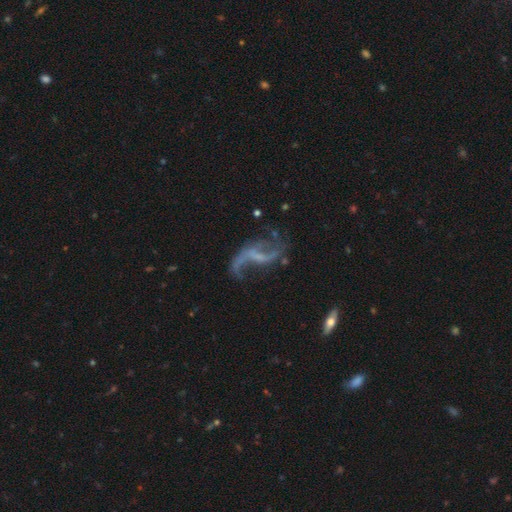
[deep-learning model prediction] A featured or disk galaxy (84%) with a weak bar (42%), 2 (87%) loose (90%) spiral arms (88%) and no central bulge (59%).

Vote fractions:
- Smooth or featured? featured or disk: 84% / star or artifact: 9% / smooth: 7%
- Edge-on disk? no: 95% / yes: 5%
- Bar? weak: 42% / no: 32% / strong: 27%
- Spiral arms? yes: 88% / no: 12%
- Spiral winding? loose: 90% / medium: 7% / tight: 2%
- Spiral arm count? 2: 87% / 1: 6% / can't tell: 3% / 3: 1% / 4: 1% / more than 4: 1%
- Bulge size? none: 59% / small: 32% / moderate: 7% / large: 1% / dominant: 1%
- Merging? none: 53% / major disturbance: 22% / minor disturbance: 18% / merger: 6%